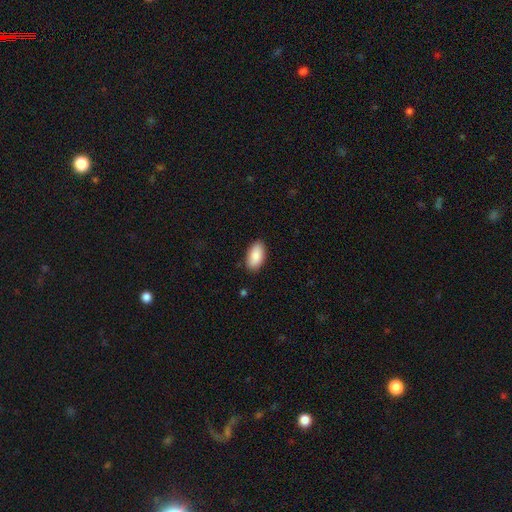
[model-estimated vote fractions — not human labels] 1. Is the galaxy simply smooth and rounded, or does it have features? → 89% smooth, 6% star or artifact, 5% featured or disk.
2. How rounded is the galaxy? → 95% in between, 3% round, 2% cigar-shaped.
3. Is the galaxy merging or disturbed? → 87% none, 10% minor disturbance, 2% major disturbance, 1% merger.